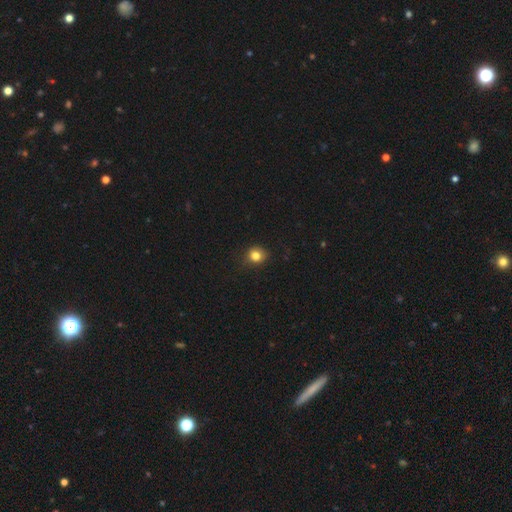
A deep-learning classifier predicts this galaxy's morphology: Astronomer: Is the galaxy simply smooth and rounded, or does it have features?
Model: smooth — 81%.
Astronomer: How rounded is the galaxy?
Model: round — 74%.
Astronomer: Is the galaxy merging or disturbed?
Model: none — 79%.